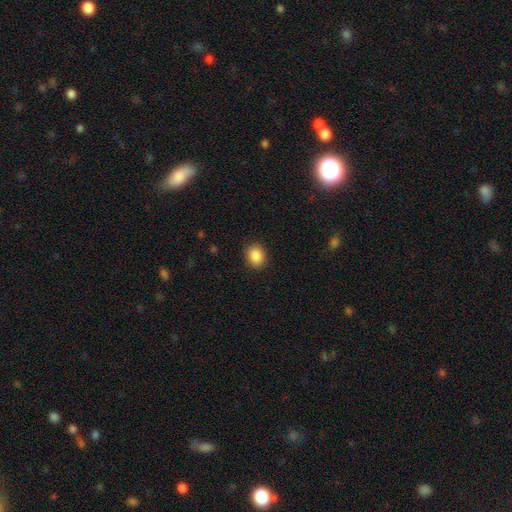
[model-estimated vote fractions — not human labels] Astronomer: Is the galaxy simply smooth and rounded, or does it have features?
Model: smooth — 88%.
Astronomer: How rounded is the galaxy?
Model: round — 57% (runner-up: in between, 42%).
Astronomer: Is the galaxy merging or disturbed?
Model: none — 90%.